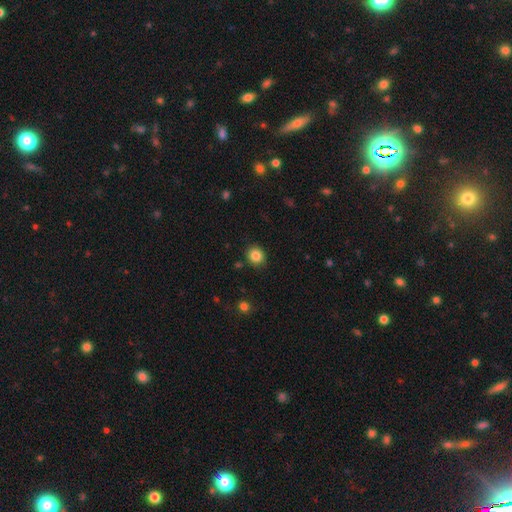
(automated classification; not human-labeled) smooth 85%, star or artifact 10%, featured or disk 5%. Down the decision tree: how rounded — round (79%); merging — none (88%).